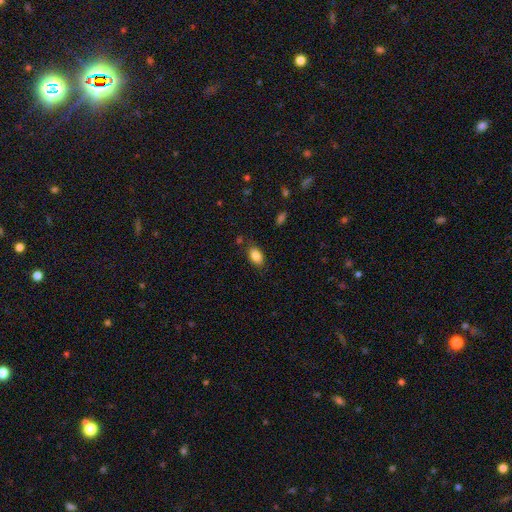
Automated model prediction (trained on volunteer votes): The model was most divided on "merging": none: 81%, minor disturbance: 13%, major disturbance: 3%, merger: 2%. More confident: how rounded — in between (87%); smooth or featured — smooth (86%).